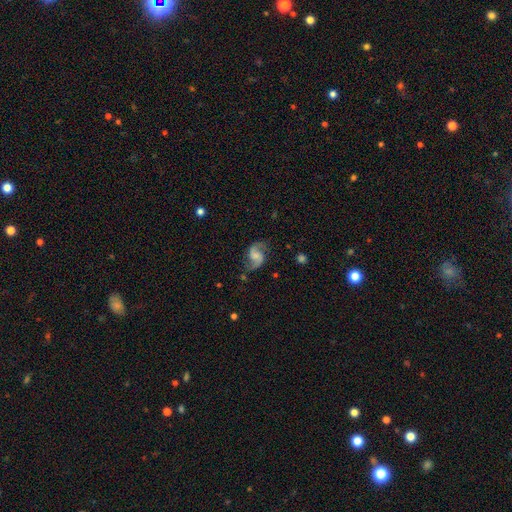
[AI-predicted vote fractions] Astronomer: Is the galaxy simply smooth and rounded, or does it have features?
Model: featured or disk — 88%.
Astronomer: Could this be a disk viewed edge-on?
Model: no — 98%.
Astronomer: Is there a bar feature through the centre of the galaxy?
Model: weak — 44%, tied with no at 44%.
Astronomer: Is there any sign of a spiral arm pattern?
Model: yes — 97%.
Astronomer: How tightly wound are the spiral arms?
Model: loose — 54% (runner-up: medium, 38%).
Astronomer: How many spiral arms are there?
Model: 2 — 94%.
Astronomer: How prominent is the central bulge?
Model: none — 37% (runner-up: small, 30%).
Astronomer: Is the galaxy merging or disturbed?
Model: none — 77%.